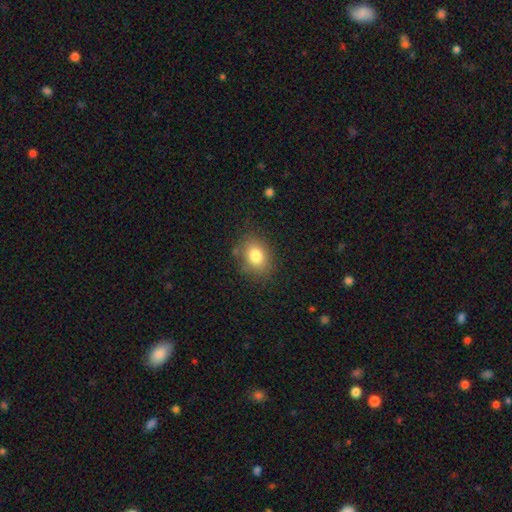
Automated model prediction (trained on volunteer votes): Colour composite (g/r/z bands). It shows a smooth galaxy with no disk features (80%) that is in between round and cigar-shaped (59%). Merging: none (81%).